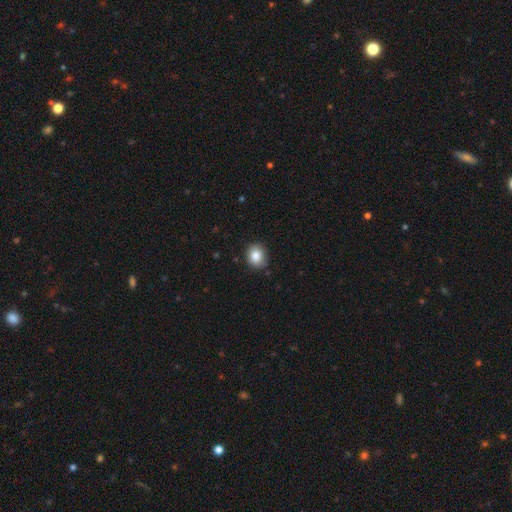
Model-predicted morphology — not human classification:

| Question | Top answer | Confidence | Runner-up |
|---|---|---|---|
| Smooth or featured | smooth | 85% | star or artifact (9%) |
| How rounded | round | 63% | in between (36%) |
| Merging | none | 86% | minor disturbance (11%) |